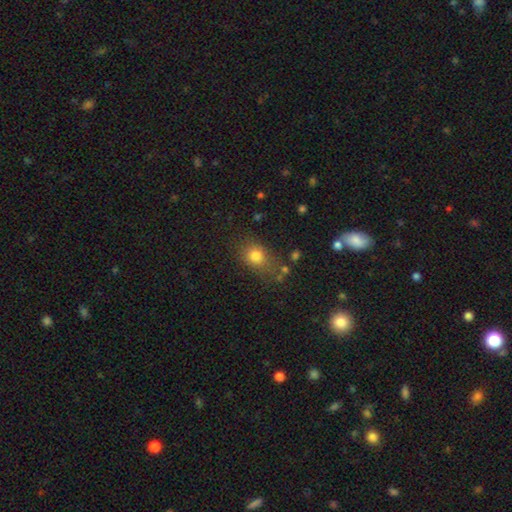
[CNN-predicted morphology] smooth 78%, star or artifact 13%, featured or disk 9%. Down the decision tree: how rounded — round (54%); merging — none (65%).